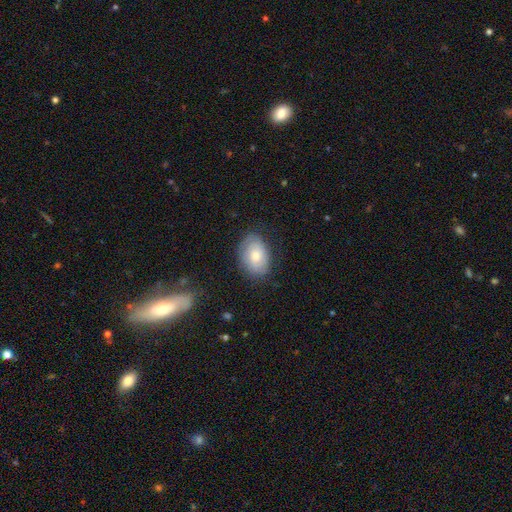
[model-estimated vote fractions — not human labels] Smooth or featured? Predicted: smooth (p=0.54). How rounded? Predicted: in between (p=0.83). Merging? Predicted: none (p=0.76).